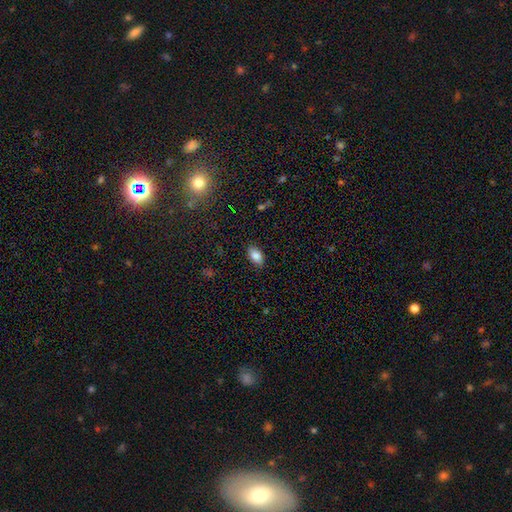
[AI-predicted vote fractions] smooth-or-featured: smooth: 85% | star or artifact: 8% | featured or disk: 7%
  how-rounded: in between: 92% | round: 6% | cigar-shaped: 2%
  merging: none: 86% | minor disturbance: 11% | major disturbance: 3% | merger: 1%